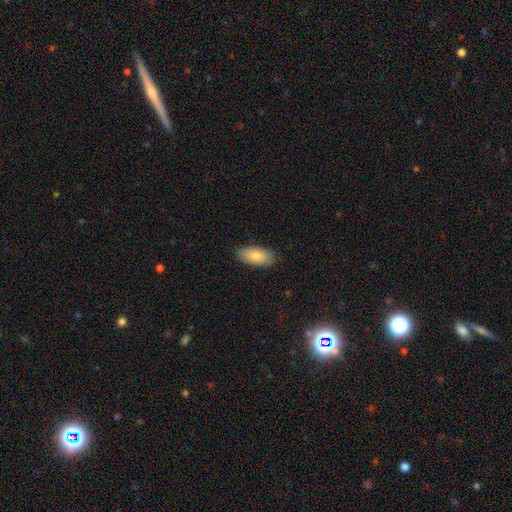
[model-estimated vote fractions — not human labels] Overall: smooth (82%). How rounded: in between (91%). Merging: none (85%).